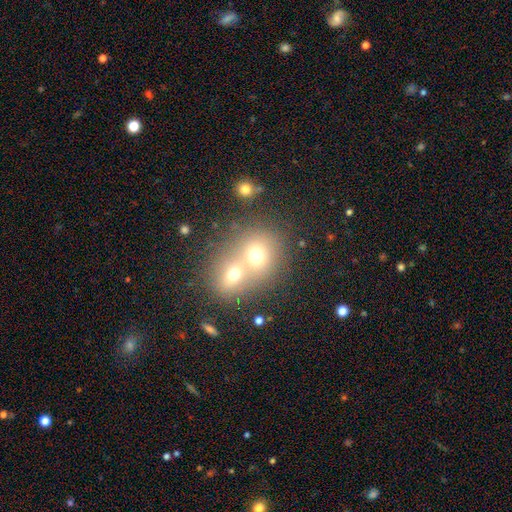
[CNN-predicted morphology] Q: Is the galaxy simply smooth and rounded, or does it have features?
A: smooth — 64%.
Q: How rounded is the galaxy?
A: round — 70%.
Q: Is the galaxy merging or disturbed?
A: merger — 67%.